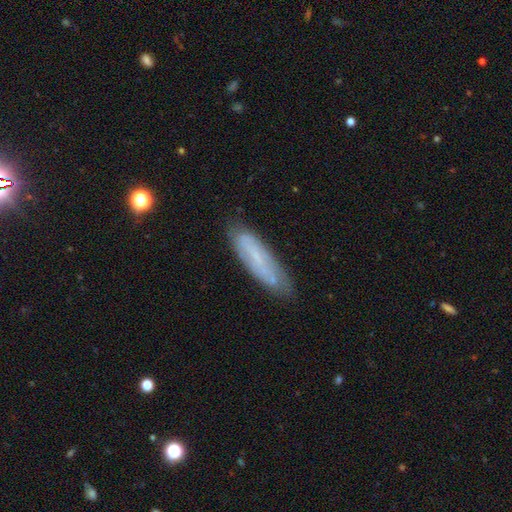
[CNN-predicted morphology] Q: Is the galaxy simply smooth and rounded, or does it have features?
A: smooth — 51%.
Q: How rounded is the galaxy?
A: cigar-shaped — 67%.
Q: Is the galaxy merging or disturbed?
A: none — 74%.